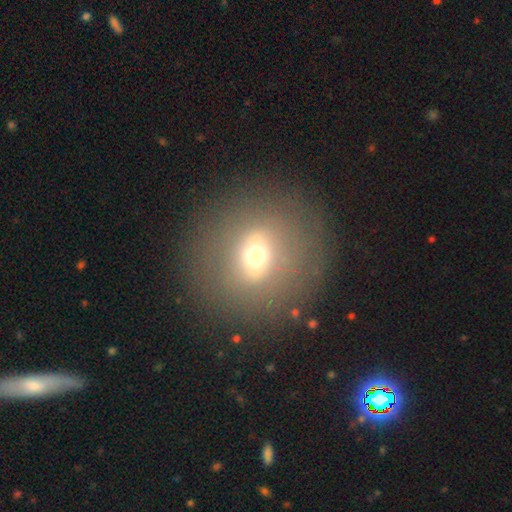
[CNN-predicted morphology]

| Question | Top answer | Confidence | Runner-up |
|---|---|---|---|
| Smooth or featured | smooth | 56% | featured or disk (27%) |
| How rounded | round | 83% | in between (16%) |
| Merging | none | 83% | minor disturbance (9%) |